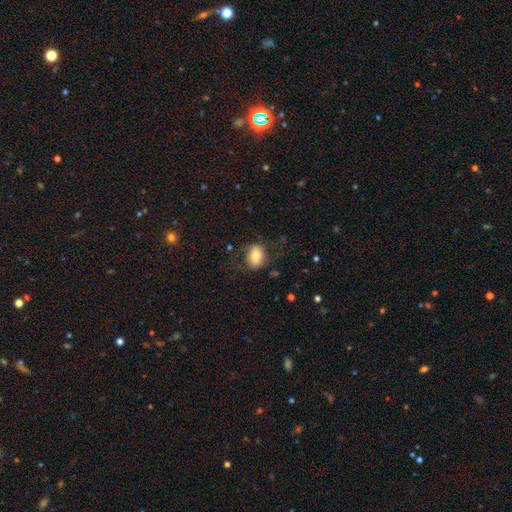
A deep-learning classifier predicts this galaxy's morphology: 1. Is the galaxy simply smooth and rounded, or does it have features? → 69% smooth, 23% featured or disk, 8% star or artifact.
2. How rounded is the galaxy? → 66% in between, 33% round, 1% cigar-shaped.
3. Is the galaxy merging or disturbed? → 67% none, 19% minor disturbance, 13% major disturbance, 2% merger.